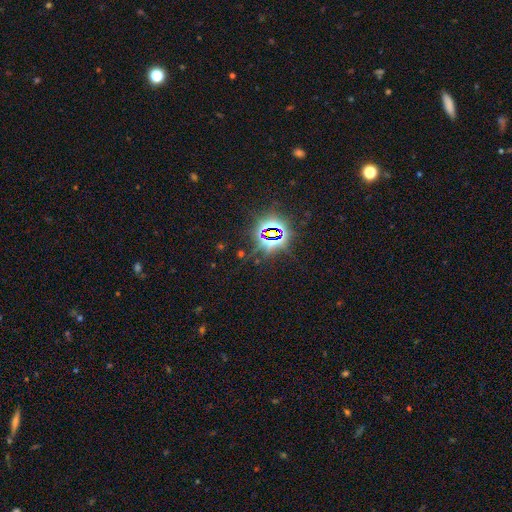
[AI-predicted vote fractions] Overall: star or artifact (81%).